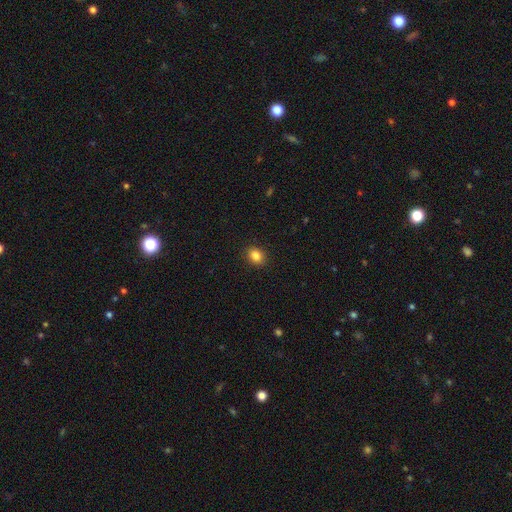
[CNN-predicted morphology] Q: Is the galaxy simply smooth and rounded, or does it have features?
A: smooth — 85%.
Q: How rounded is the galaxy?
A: round — 52%.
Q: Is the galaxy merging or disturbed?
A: none — 90%.